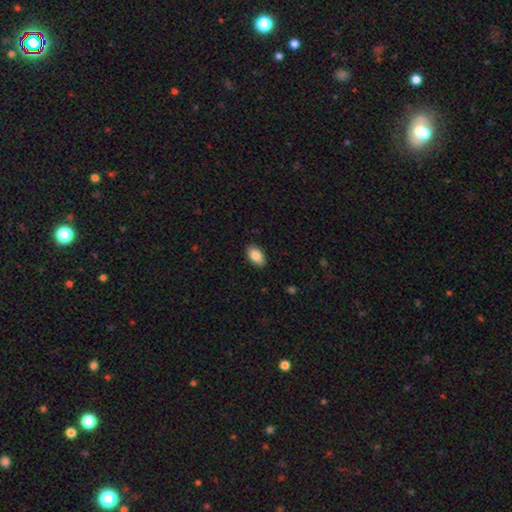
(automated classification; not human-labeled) Smooth or featured? Predicted: smooth (p=0.86). How rounded? Predicted: in between (p=0.93). Merging? Predicted: none (p=0.88).